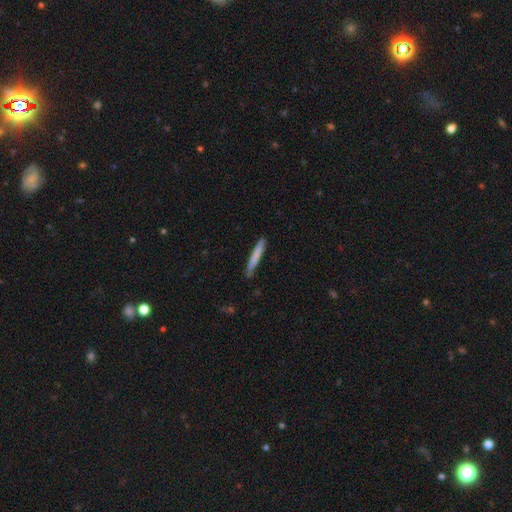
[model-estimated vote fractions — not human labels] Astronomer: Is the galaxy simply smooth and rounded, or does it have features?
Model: smooth — 74%.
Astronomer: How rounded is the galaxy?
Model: cigar-shaped — 96%.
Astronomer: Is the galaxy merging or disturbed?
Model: none — 86%.